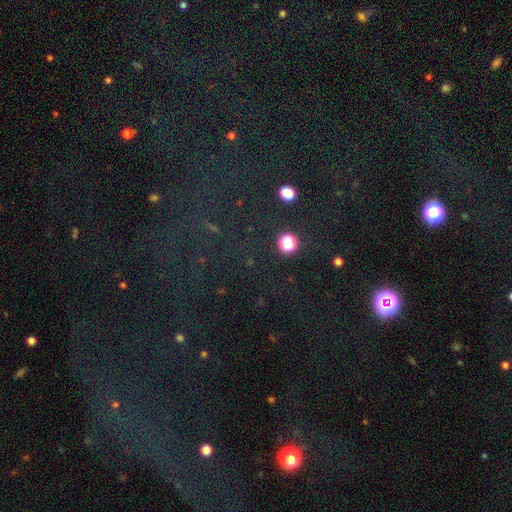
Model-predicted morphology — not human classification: A star or artifact, not a galaxy (74%).

Vote fractions:
- Smooth or featured? star or artifact: 74% / smooth: 15% / featured or disk: 11%